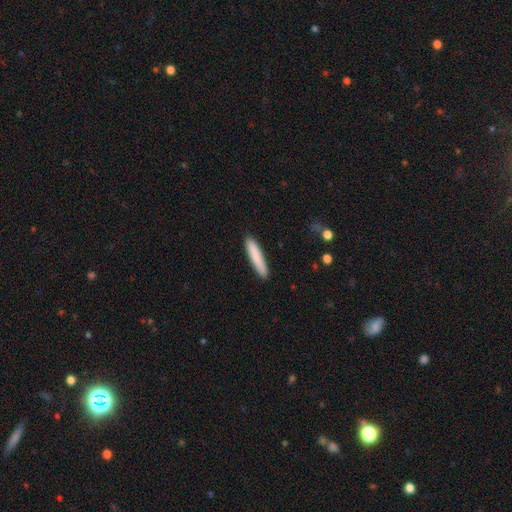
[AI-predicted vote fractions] smooth-or-featured: smooth: 84% | featured or disk: 10% | star or artifact: 6%
  how-rounded: cigar-shaped: 91% | in between: 8% | round: 1%
  merging: none: 90% | minor disturbance: 7% | major disturbance: 1% | merger: 1%